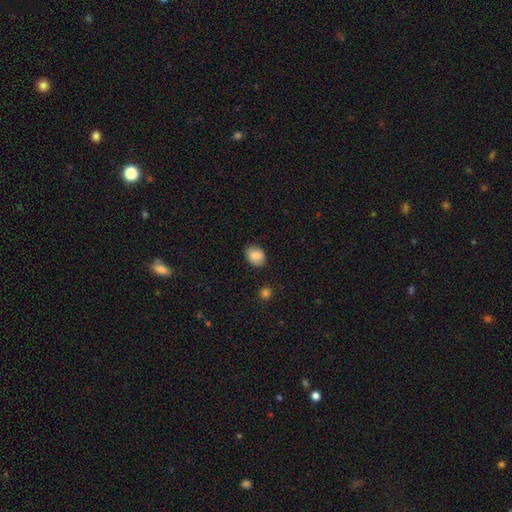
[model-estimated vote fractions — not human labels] Smooth or featured?
  - smooth: 84% *
  - star or artifact: 8%
  - featured or disk: 7%
How rounded?
  - in between: 60% *
  - round: 39%
  - cigar-shaped: 1%
Merging?
  - none: 82% *
  - minor disturbance: 13%
  - major disturbance: 3%
  - merger: 2%